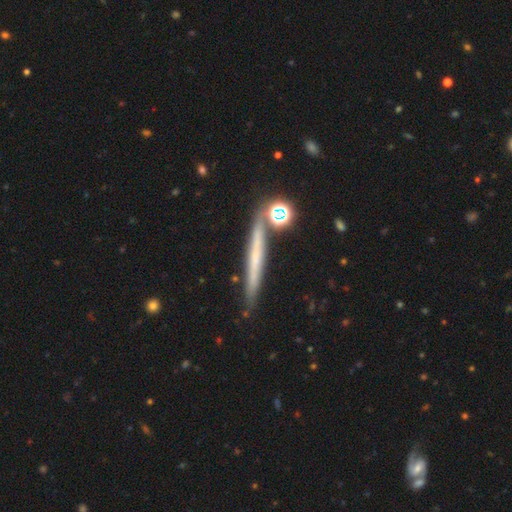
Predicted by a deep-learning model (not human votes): This is possibly a featured or disk galaxy (50%). It is clearly viewed edge-on (94%). Merging: likely none (79%).